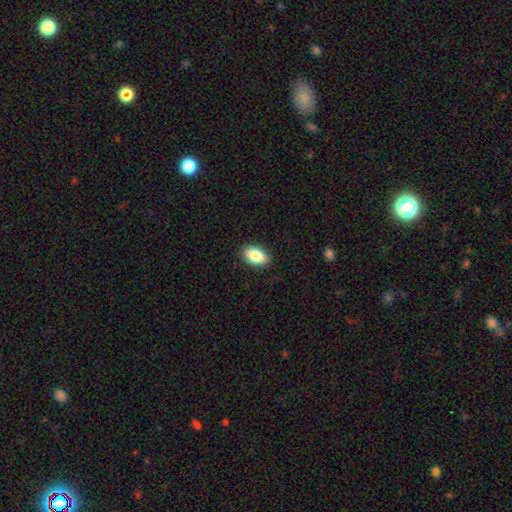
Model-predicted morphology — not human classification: Smooth or featured? Predicted: smooth (p=0.85). How rounded? Predicted: in between (p=0.92). Merging? Predicted: none (p=0.87).